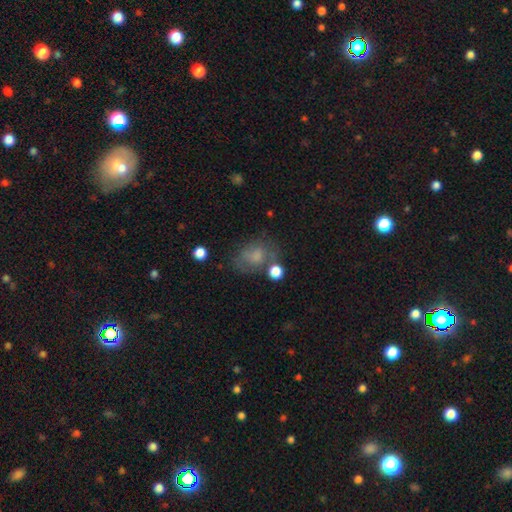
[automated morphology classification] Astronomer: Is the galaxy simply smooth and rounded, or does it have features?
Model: smooth — 63%.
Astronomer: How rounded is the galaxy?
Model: in between — 66%.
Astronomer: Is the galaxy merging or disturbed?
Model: none — 49%.